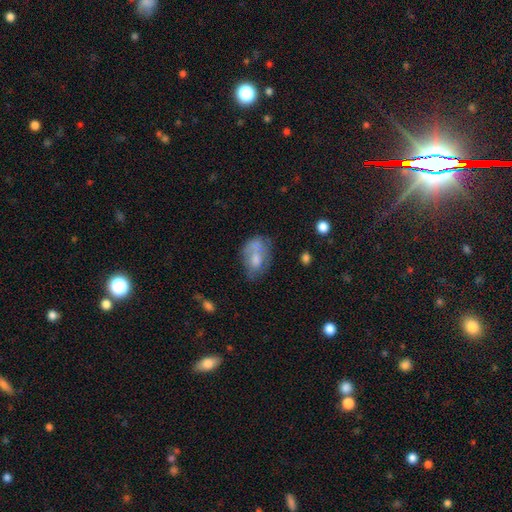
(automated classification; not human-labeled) This appears to be a smooth galaxy with no disk features (54%) that is in between round and cigar-shaped (81%). Merging: none (37%).